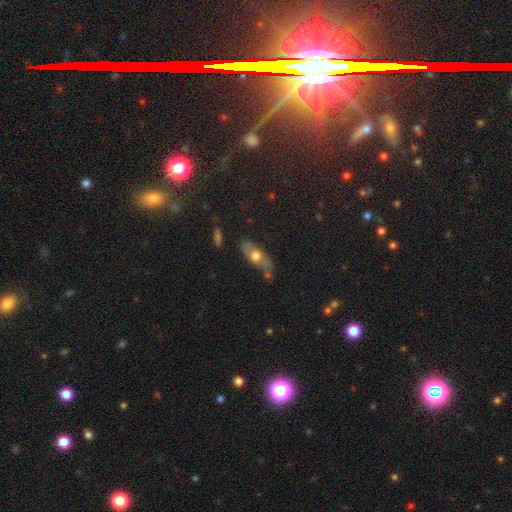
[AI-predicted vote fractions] A smooth galaxy with no disk features (48%).

Vote fractions:
- Smooth or featured? smooth: 48% / featured or disk: 44% / star or artifact: 8%
- Merging? none: 62% / minor disturbance: 23% / merger: 8% / major disturbance: 7%